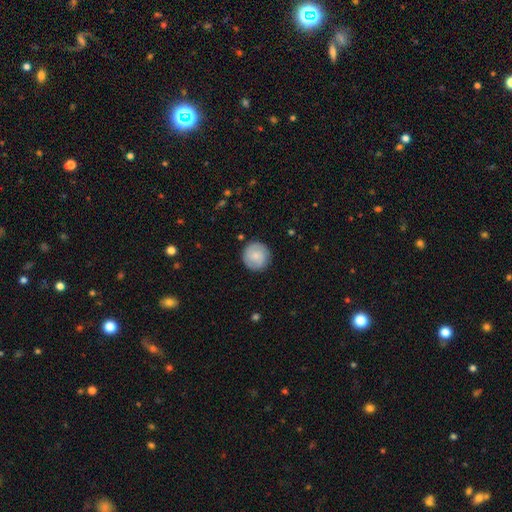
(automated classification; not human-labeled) Overall: smooth (68%). How rounded: round (95%). Merging: none (87%).